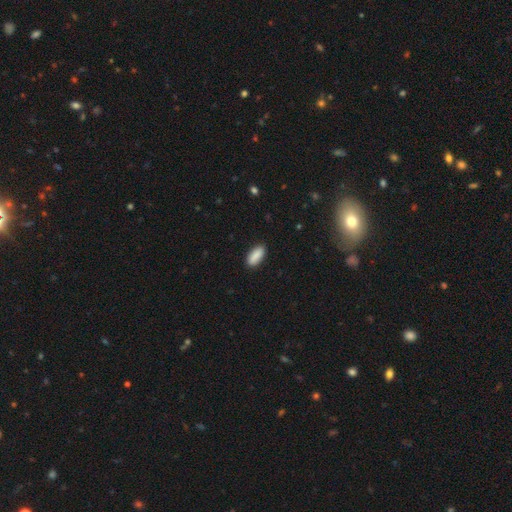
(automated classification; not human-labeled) Smooth or featured: smooth — 90% (star or artifact — 6%)
How rounded: in between — 85% (cigar-shaped — 13%)
Merging: none — 89% (minor disturbance — 8%)